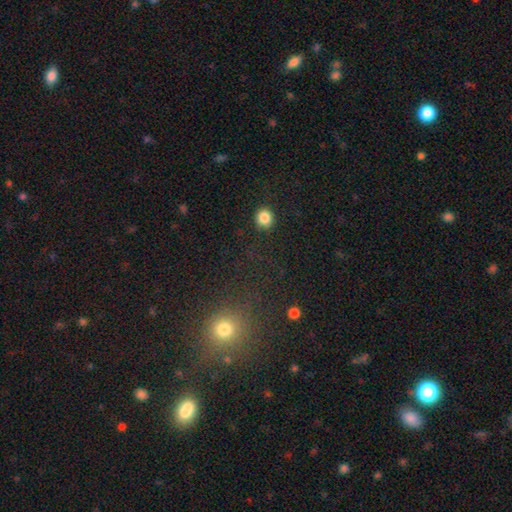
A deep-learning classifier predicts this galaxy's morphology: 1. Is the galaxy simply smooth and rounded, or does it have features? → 52% smooth, 41% star or artifact, 7% featured or disk.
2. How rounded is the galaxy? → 87% round, 12% in between, 2% cigar-shaped.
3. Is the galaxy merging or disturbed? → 83% none, 9% minor disturbance, 5% major disturbance, 3% merger.